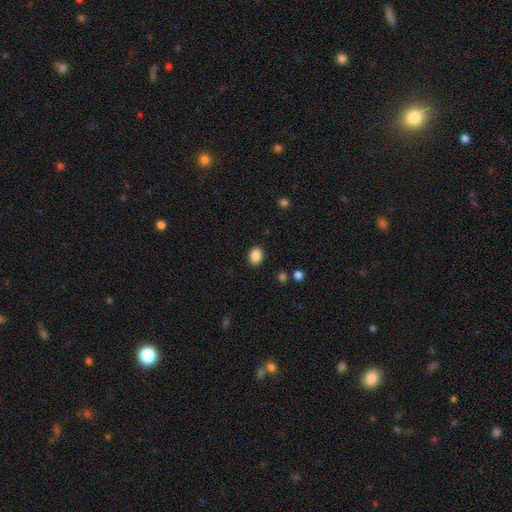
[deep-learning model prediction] smooth-or-featured: smooth: 88% | star or artifact: 9% | featured or disk: 4%
  how-rounded: in between: 66% | round: 33% | cigar-shaped: 1%
  merging: none: 89% | minor disturbance: 8% | major disturbance: 2% | merger: 1%